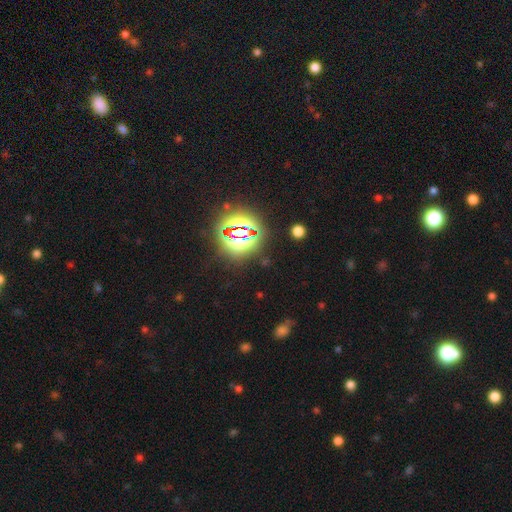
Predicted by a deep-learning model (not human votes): Smooth or featured? Predicted: star or artifact (p=0.80).